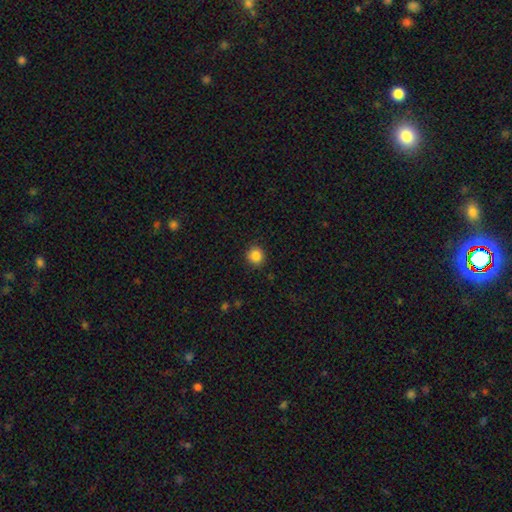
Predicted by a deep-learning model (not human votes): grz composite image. It shows a smooth galaxy with no disk features (87%) that is round (91%). Merging: none (90%).